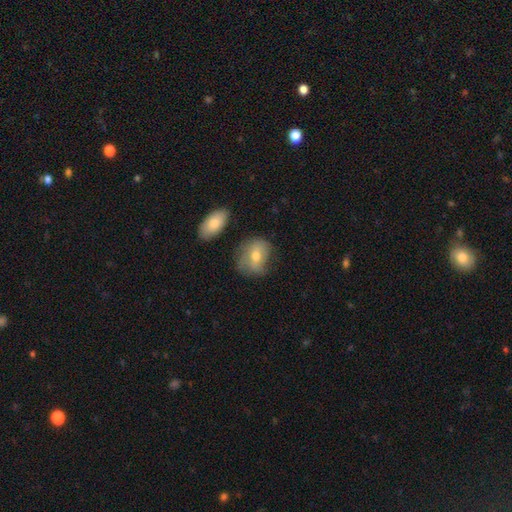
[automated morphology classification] A smooth galaxy with no disk features (62%) that is in between round and cigar-shaped (60%). Merging: none (53%).